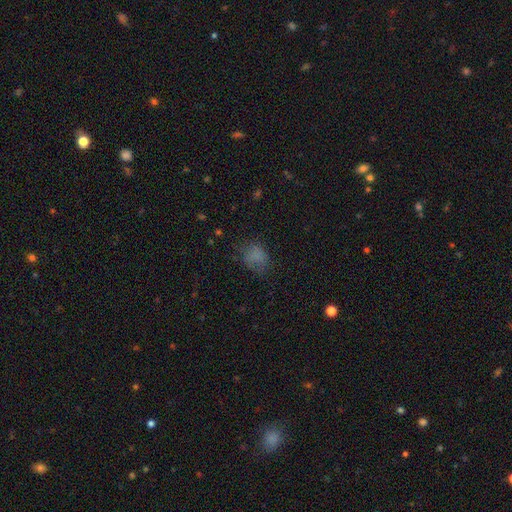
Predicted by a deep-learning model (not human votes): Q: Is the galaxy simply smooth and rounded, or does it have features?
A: smooth — 72%.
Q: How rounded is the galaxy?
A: in between — 56%.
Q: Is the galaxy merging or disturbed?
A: none — 56%.